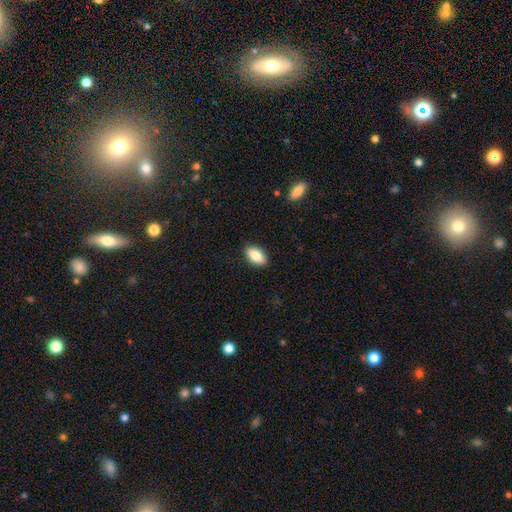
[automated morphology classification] Smooth or featured?
  - smooth: 83% *
  - featured or disk: 10%
  - star or artifact: 7%
How rounded?
  - in between: 92% *
  - round: 6%
  - cigar-shaped: 3%
Merging?
  - none: 89% *
  - minor disturbance: 8%
  - major disturbance: 2%
  - merger: 1%